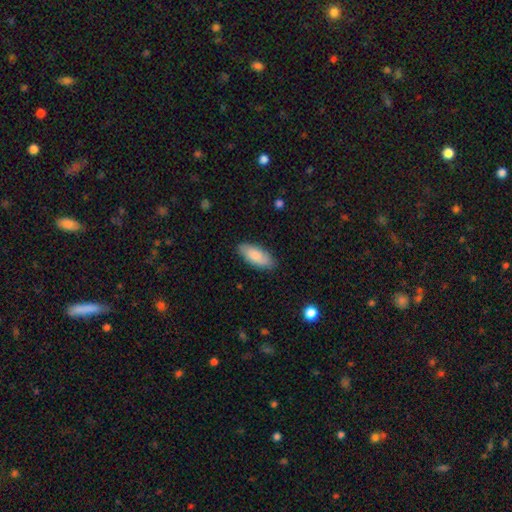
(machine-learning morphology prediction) Q: Smooth or featured?
A: smooth (84%); runner-up: featured or disk (11%)
Q: How rounded?
A: in between (85%); runner-up: cigar-shaped (13%)
Q: Merging?
A: none (85%); runner-up: minor disturbance (12%)